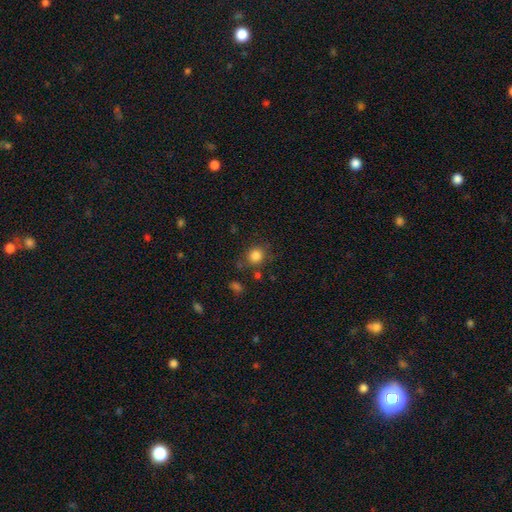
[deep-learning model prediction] smooth-or-featured: smooth: 84% | star or artifact: 11% | featured or disk: 5%
  how-rounded: round: 87% | in between: 12% | cigar-shaped: 1%
  merging: none: 78% | minor disturbance: 12% | merger: 5% | major disturbance: 5%